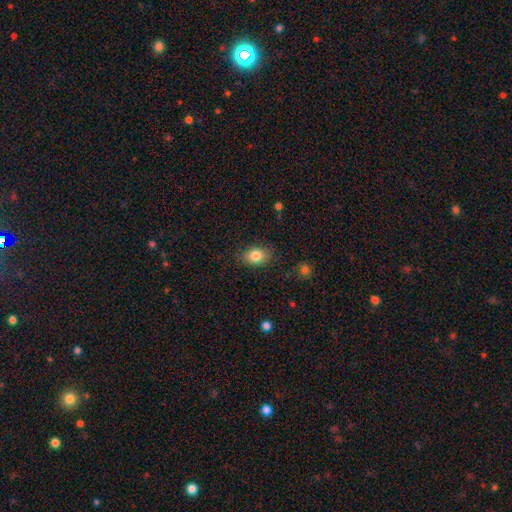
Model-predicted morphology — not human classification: smooth_or_featured: smooth (p=0.83) [alt: star or artifact p=0.09]
how_rounded: in between (p=0.77) [alt: round p=0.21]
merging: none (p=0.84) [alt: minor disturbance p=0.12]